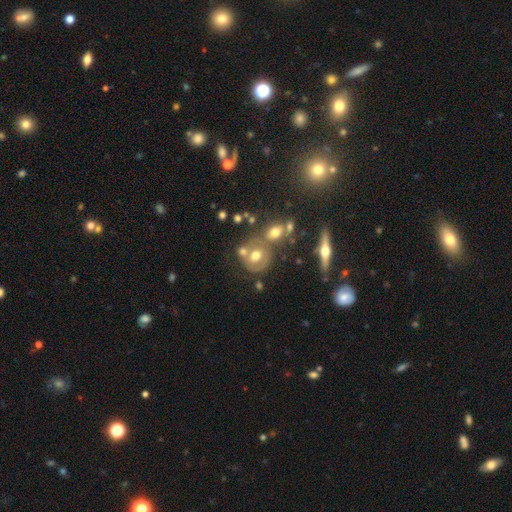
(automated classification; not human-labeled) Smooth or featured: smooth — 48% (featured or disk — 40%)
Merging: none — 47% (merger — 32%)